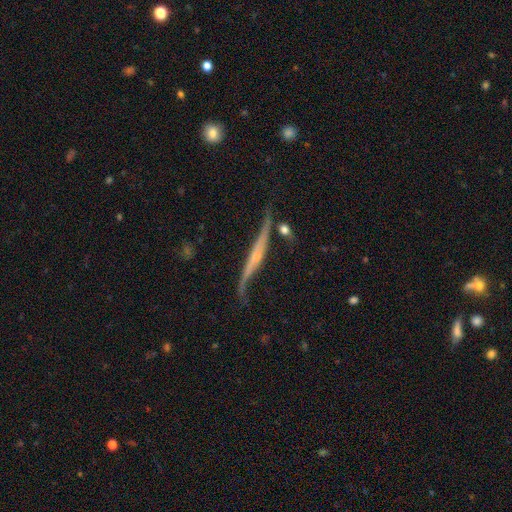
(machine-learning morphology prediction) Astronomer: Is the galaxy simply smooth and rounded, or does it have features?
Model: featured or disk — 78%.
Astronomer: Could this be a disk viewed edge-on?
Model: yes — 86%.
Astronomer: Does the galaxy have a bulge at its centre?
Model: rounded — 55% (runner-up: none, 35%).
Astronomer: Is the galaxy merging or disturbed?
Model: none — 54%.